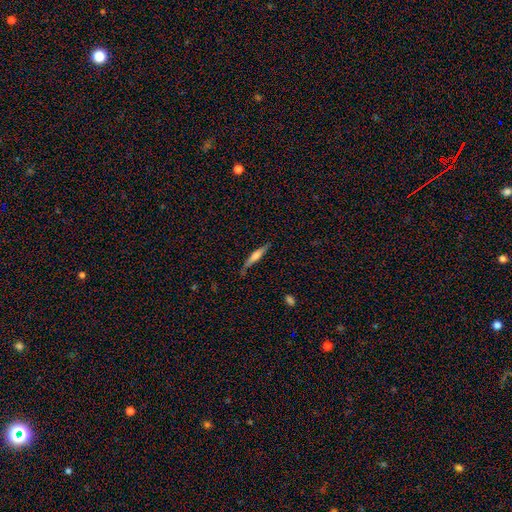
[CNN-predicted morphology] Smooth or featured? smooth (51%)
How rounded? cigar-shaped (89%)
Merging? none (78%)